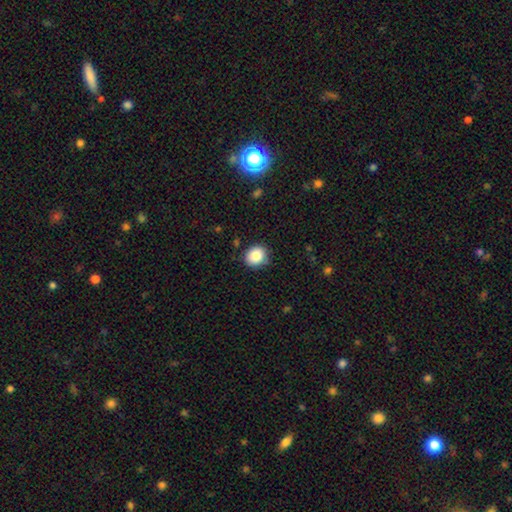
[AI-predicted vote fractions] smooth_or_featured: smooth (p=0.85) [alt: star or artifact p=0.09]
how_rounded: round (p=0.77) [alt: in between p=0.22]
merging: none (p=0.84) [alt: minor disturbance p=0.12]